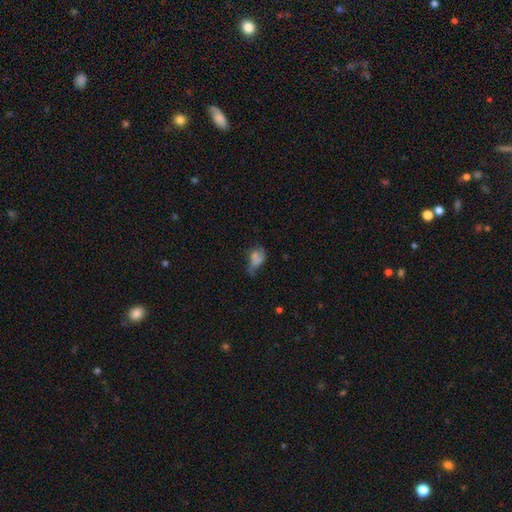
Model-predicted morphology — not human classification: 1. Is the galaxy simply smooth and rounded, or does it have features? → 46% smooth, 34% featured or disk, 20% star or artifact.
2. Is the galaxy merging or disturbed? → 30% major disturbance, 28% none, 22% minor disturbance, 20% merger.